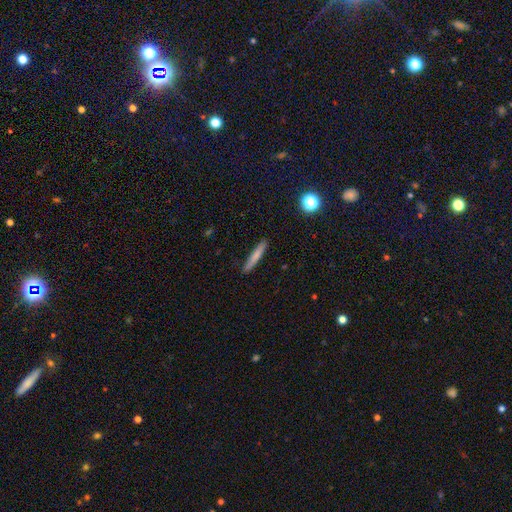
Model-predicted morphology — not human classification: The model was most divided on "smooth or featured": smooth: 71%, featured or disk: 22%, star or artifact: 7%. More confident: how rounded — cigar-shaped (95%); merging — none (90%).